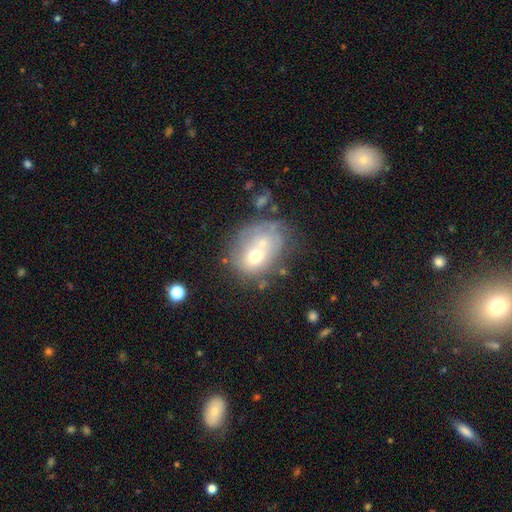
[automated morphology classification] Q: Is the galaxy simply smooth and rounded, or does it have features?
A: smooth — 54%.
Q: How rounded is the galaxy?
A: in between — 51%.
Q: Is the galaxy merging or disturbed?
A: merger — 37%.